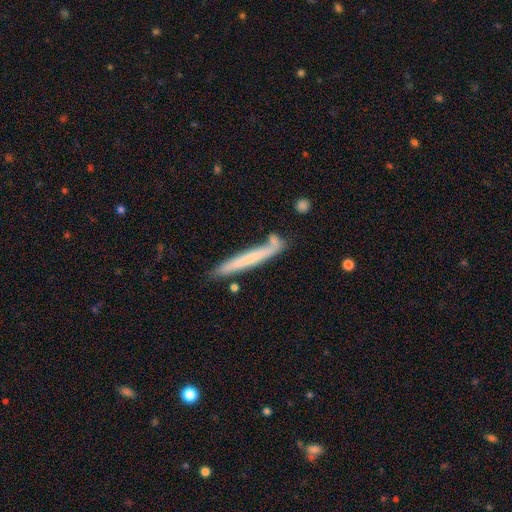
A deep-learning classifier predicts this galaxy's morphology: smooth-or-featured: smooth: 56% | featured or disk: 37% | star or artifact: 7%
  how-rounded: cigar-shaped: 96% | in between: 3% | round: 1%
  merging: none: 68% | minor disturbance: 18% | merger: 9% | major disturbance: 5%